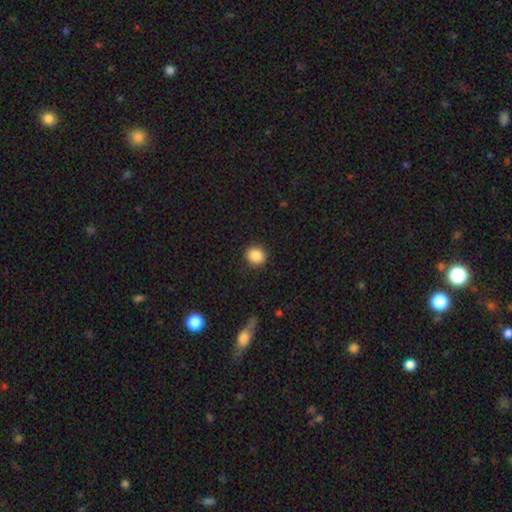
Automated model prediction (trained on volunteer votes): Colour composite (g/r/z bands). It shows a smooth galaxy with no disk features (87%) that is round (81%). Merging: none (90%).